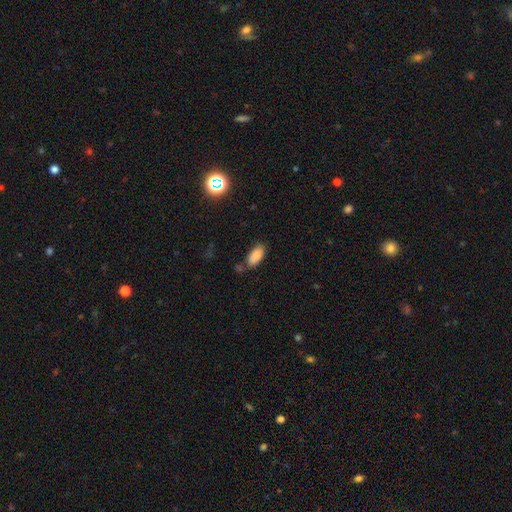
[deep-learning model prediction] smooth 86%, star or artifact 8%, featured or disk 5%. Down the decision tree: how rounded — in between (91%); merging — none (69%).